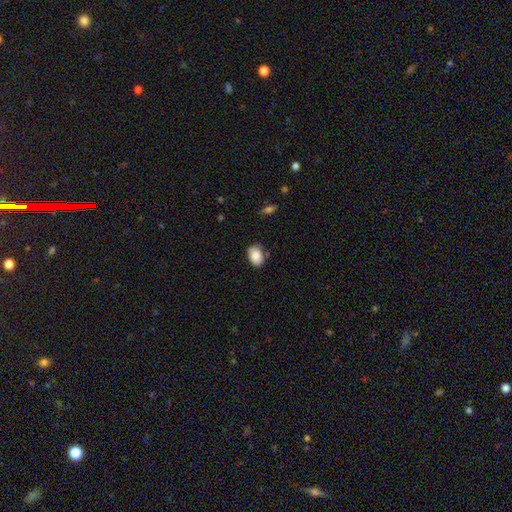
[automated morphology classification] The model was most divided on "merging": none: 76%, minor disturbance: 17%, merger: 4%, major disturbance: 3%. More confident: smooth or featured — smooth (86%); how rounded — in between (84%).